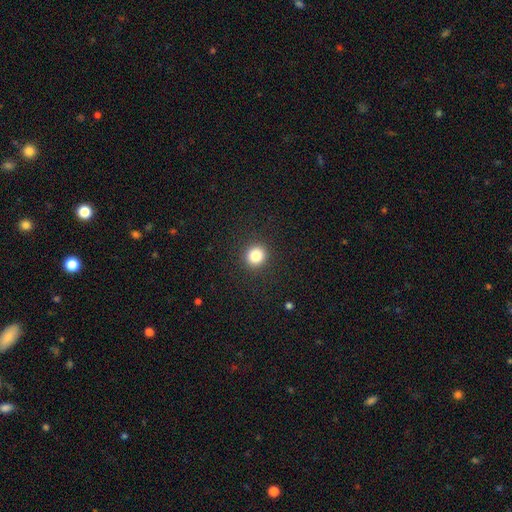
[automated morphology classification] This appears to be a smooth galaxy with no disk features (84%) that is round (89%). Merging: none (91%).